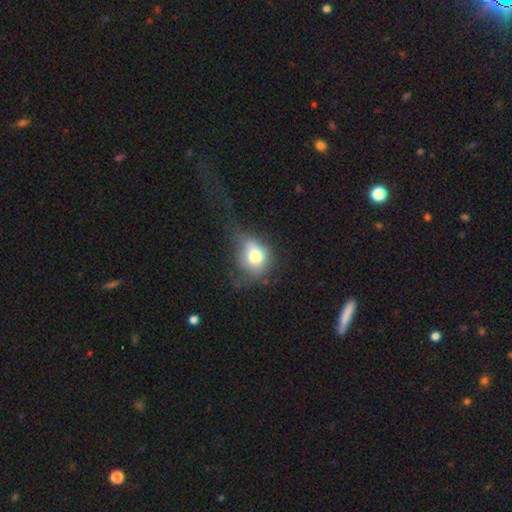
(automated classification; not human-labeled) smooth-or-featured: smooth: 70% | featured or disk: 19% | star or artifact: 11%
  how-rounded: round: 52% | in between: 46% | cigar-shaped: 2%
  merging: none: 34% | minor disturbance: 33% | major disturbance: 29% | merger: 4%